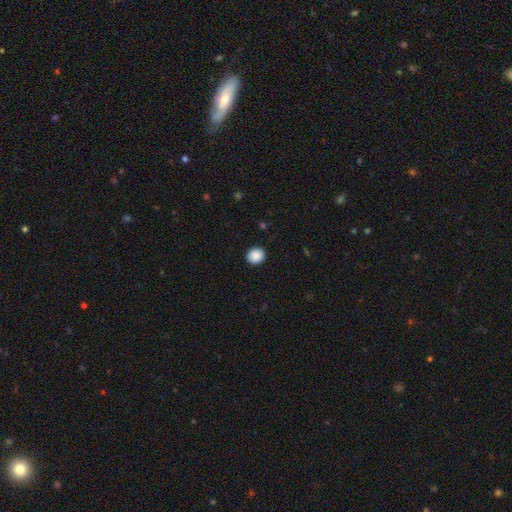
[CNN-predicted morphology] Q: Smooth or featured?
A: smooth (89%); runner-up: star or artifact (8%)
Q: How rounded?
A: round (81%); runner-up: in between (18%)
Q: Merging?
A: none (92%); runner-up: minor disturbance (5%)